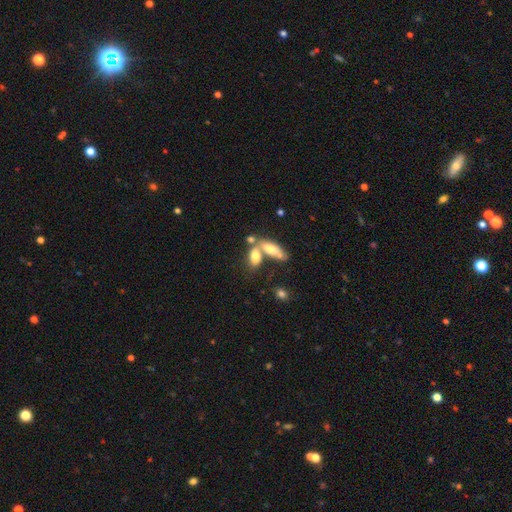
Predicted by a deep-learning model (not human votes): Morphology: type=smooth (73%); roundness=in between (80%); merging=merger (51%).